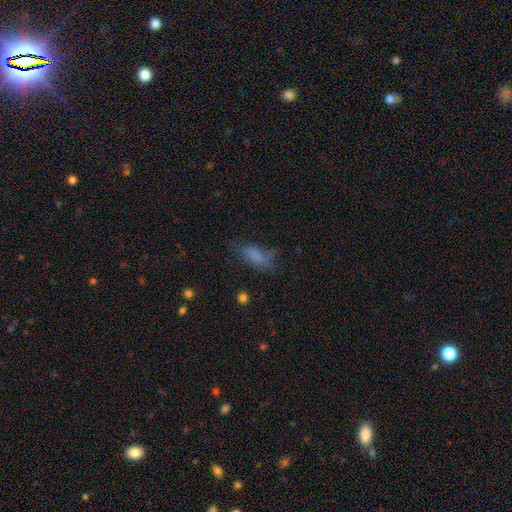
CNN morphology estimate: Smooth or featured?
  - smooth: 73% *
  - featured or disk: 14%
  - star or artifact: 12%
How rounded?
  - in between: 71% *
  - cigar-shaped: 26%
  - round: 3%
Merging?
  - none: 56% *
  - minor disturbance: 27%
  - major disturbance: 15%
  - merger: 3%